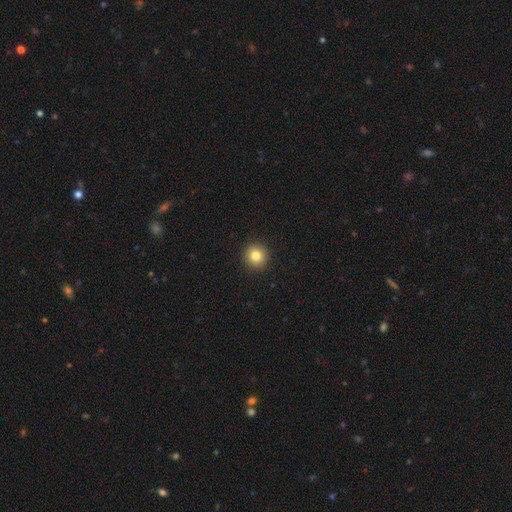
Smooth or featured?
  - smooth: 85% *
  - featured or disk: 12%
  - star or artifact: 2%
How rounded?
  - round: 100% *
  - in between: 0%
  - cigar-shaped: 0%
Merging?
  - none: 90% *
  - minor disturbance: 8%
  - major disturbance: 3%
  - merger: 0%